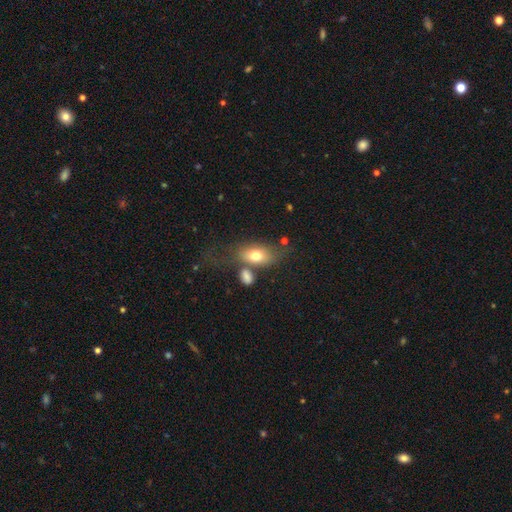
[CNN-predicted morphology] A smooth galaxy with no disk features (72%) that is in between round and cigar-shaped (84%). Merging: none (47%).